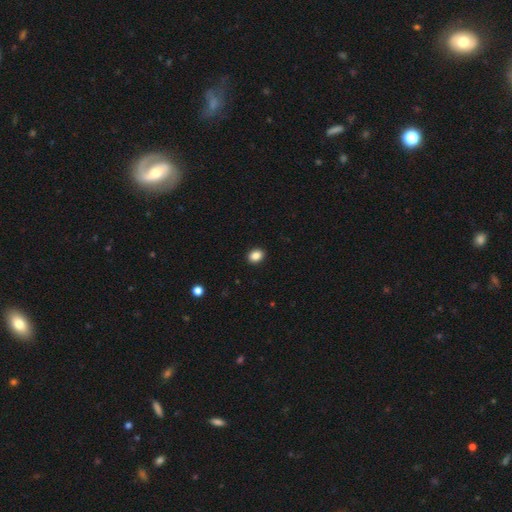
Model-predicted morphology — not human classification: A smooth galaxy with no disk features (87%) that is in between round and cigar-shaped (61%).

Vote fractions:
- Smooth or featured? smooth: 87% / star or artifact: 9% / featured or disk: 3%
- How rounded? in between: 61% / round: 38% / cigar-shaped: 1%
- Merging? none: 91% / minor disturbance: 6% / major disturbance: 2% / merger: 1%